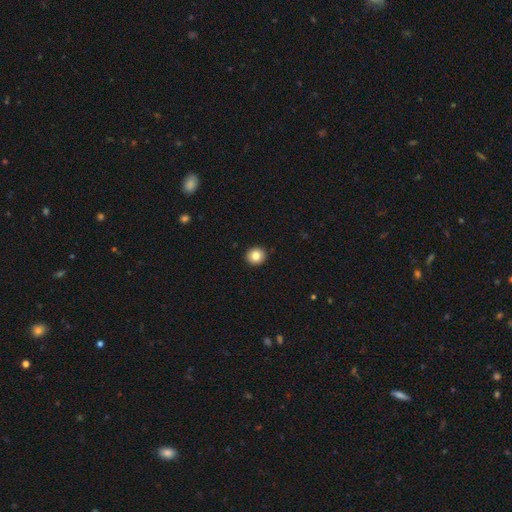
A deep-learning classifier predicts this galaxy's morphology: smooth_or_featured: smooth (p=0.82) [alt: star or artifact p=0.10]
how_rounded: round (p=0.88) [alt: in between p=0.11]
merging: none (p=0.93) [alt: minor disturbance p=0.05]